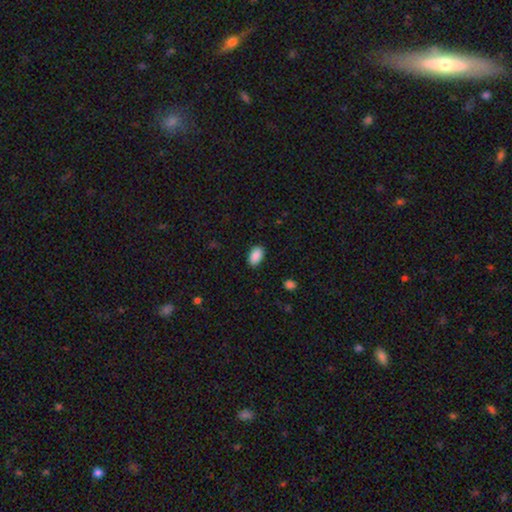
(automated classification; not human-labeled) The model was most divided on "merging": none: 87%, minor disturbance: 9%, major disturbance: 2%, merger: 1%. More confident: how rounded — in between (93%); smooth or featured — smooth (90%).